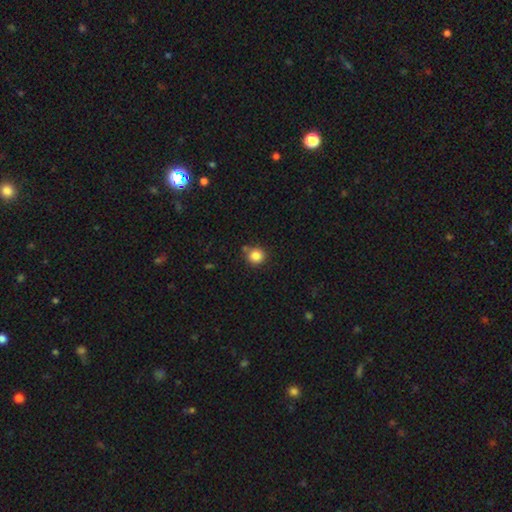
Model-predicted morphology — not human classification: smooth_or_featured: smooth (p=0.84) [alt: star or artifact p=0.11]
how_rounded: round (p=0.92) [alt: in between p=0.07]
merging: none (p=0.81) [alt: minor disturbance p=0.10]